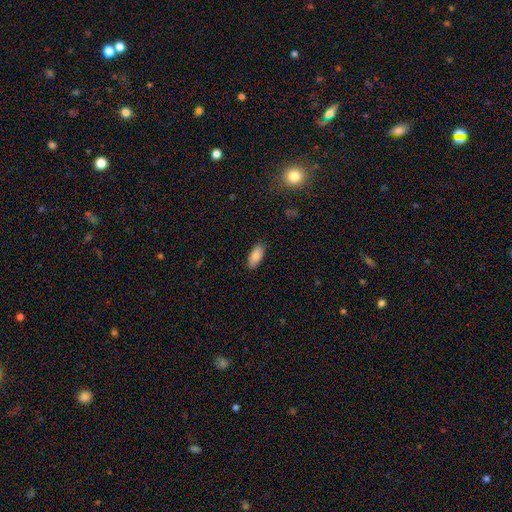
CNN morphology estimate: The model was most divided on "how rounded": in between: 85%, cigar-shaped: 13%, round: 2%. More confident: merging — none (88%); smooth or featured — smooth (86%).